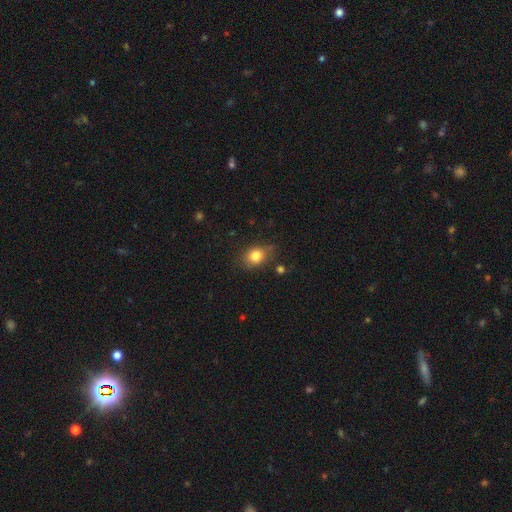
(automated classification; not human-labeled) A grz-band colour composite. It shows a smooth galaxy with no disk features (81%) that is in between round and cigar-shaped (54%). Merging: none (73%).